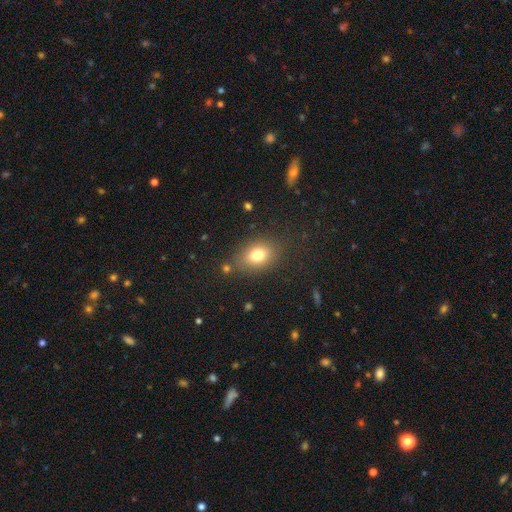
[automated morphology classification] A smooth galaxy with no disk features (78%) that is in between round and cigar-shaped (70%).

Vote fractions:
- Smooth or featured? smooth: 78% / star or artifact: 11% / featured or disk: 11%
- How rounded? in between: 70% / round: 28% / cigar-shaped: 2%
- Merging? none: 79% / minor disturbance: 13% / major disturbance: 5% / merger: 4%